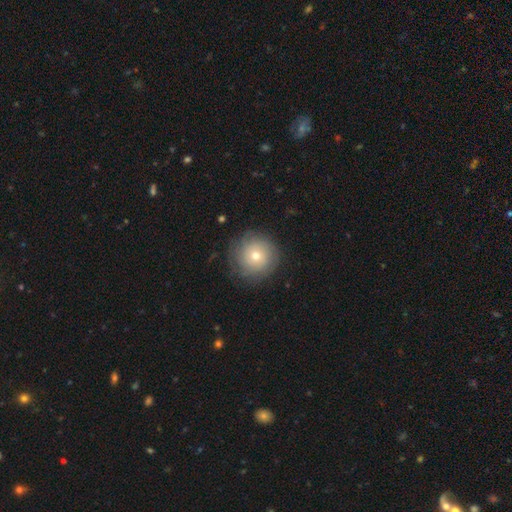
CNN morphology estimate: Smooth or featured? smooth (59%)
How rounded? round (95%)
Merging? none (82%)